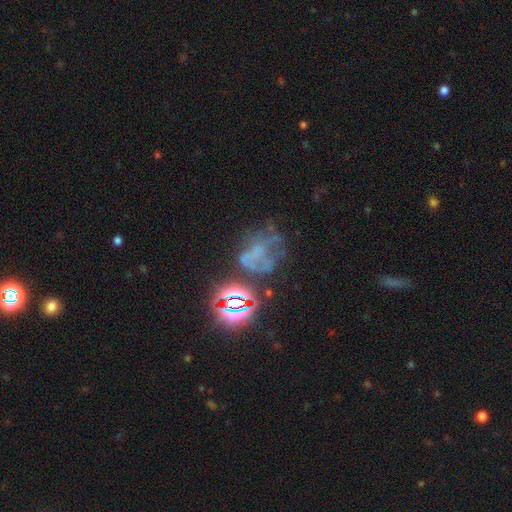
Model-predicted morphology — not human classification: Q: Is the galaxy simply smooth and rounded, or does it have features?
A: featured or disk — 41%.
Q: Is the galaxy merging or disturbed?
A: none — 38%.